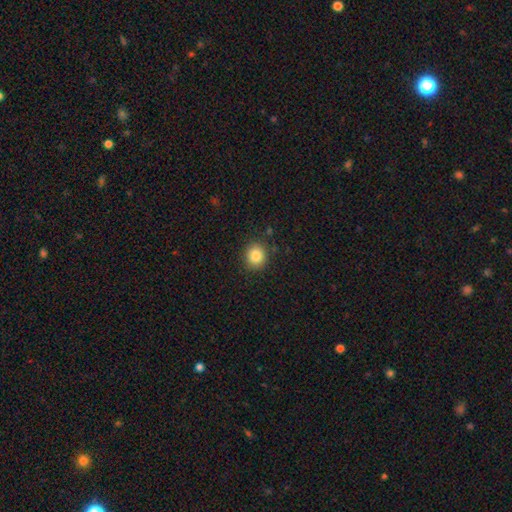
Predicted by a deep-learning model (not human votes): Overall: smooth (85%). How rounded: round (82%). Merging: none (88%).